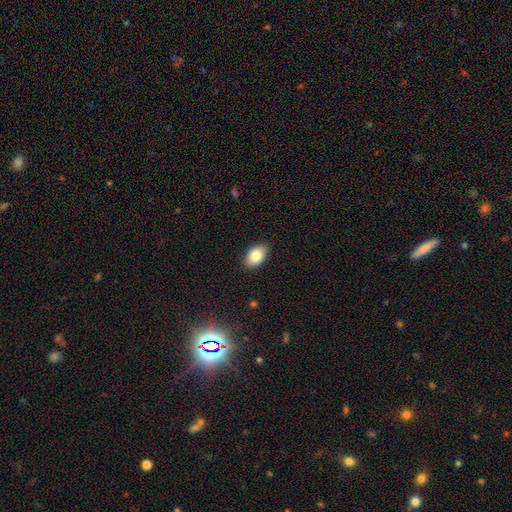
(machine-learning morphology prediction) Overall: smooth (84%). How rounded: in between (90%). Merging: none (87%).